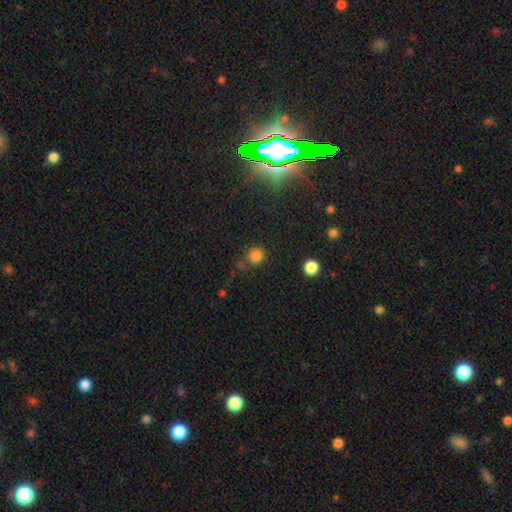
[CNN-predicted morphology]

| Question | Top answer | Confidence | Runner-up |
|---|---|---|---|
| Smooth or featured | smooth | 78% | star or artifact (16%) |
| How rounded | round | 90% | in between (9%) |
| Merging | none | 73% | minor disturbance (14%) |